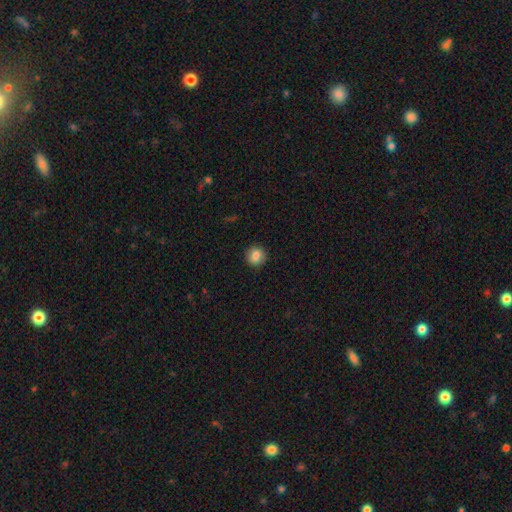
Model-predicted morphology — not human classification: A smooth galaxy with no disk features (82%) that is round (89%).

Vote fractions:
- Smooth or featured? smooth: 82% / star or artifact: 9% / featured or disk: 8%
- How rounded? round: 89% / in between: 10% / cigar-shaped: 1%
- Merging? none: 91% / minor disturbance: 6% / major disturbance: 2% / merger: 1%